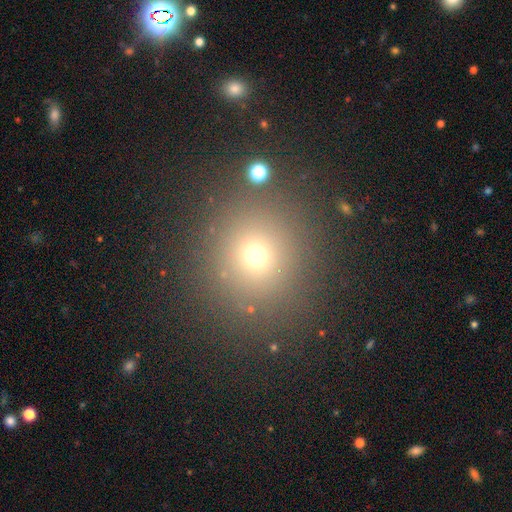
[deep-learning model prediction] This appears to be a smooth galaxy with no disk features (65%) that is round (89%). Merging: none (86%).